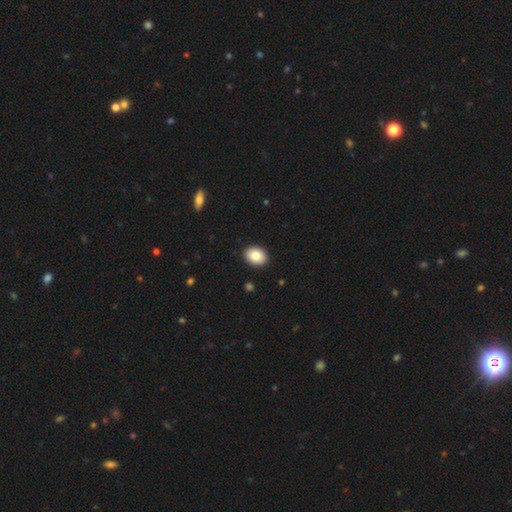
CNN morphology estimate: This appears to be a smooth galaxy with no disk features (85%) that is in between round and cigar-shaped (69%). Merging: none (91%).